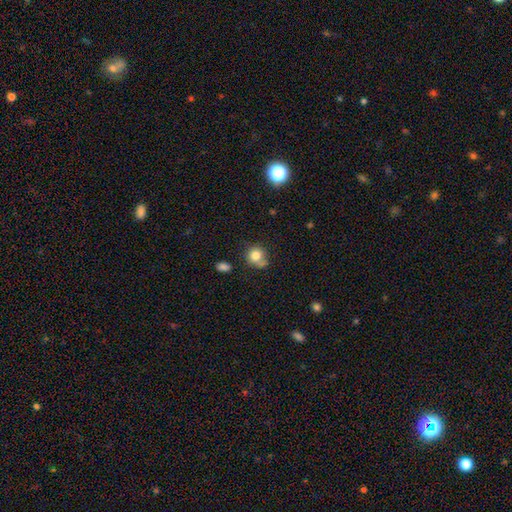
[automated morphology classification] A smooth galaxy with no disk features (81%) that is round (83%). Merging: none (59%).